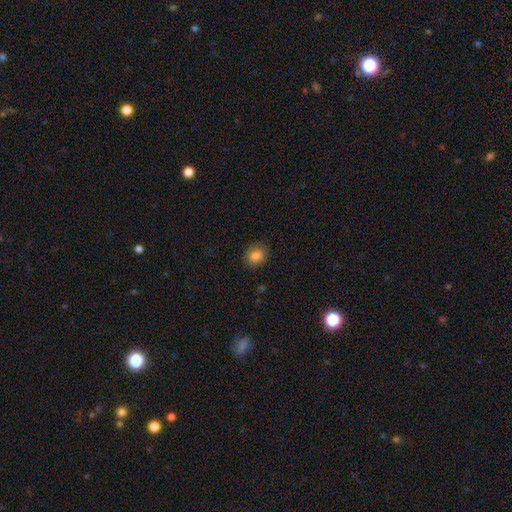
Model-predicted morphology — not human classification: A smooth galaxy with no disk features (84%) that is round (57%).

Vote fractions:
- Smooth or featured? smooth: 84% / star or artifact: 11% / featured or disk: 5%
- How rounded? round: 57% / in between: 42% / cigar-shaped: 1%
- Merging? none: 84% / minor disturbance: 12% / major disturbance: 3% / merger: 1%